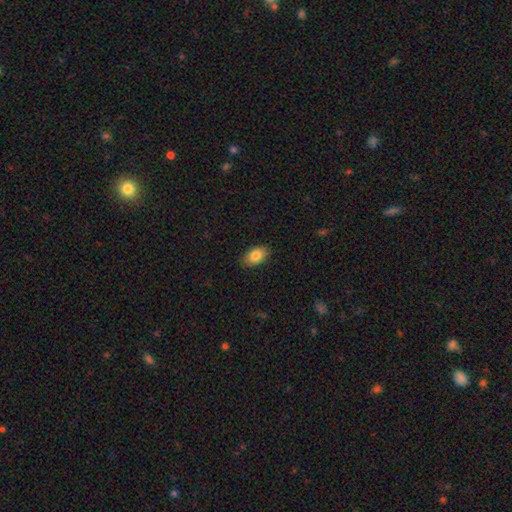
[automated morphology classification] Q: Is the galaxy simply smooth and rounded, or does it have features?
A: smooth — 83%.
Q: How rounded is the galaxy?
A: in between — 91%.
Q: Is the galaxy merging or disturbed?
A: none — 86%.